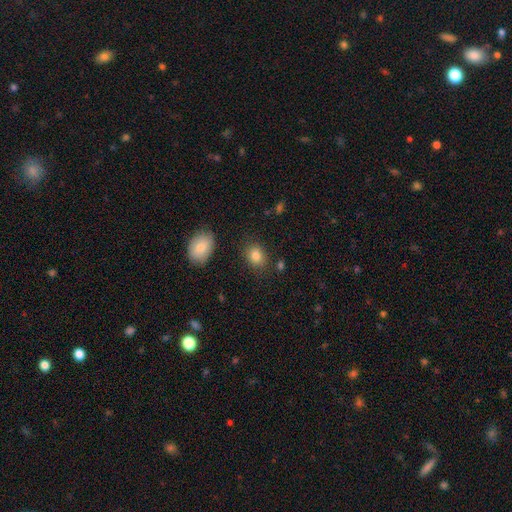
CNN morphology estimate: Smooth or featured? smooth (84%)
How rounded? in between (56%)
Merging? none (82%)